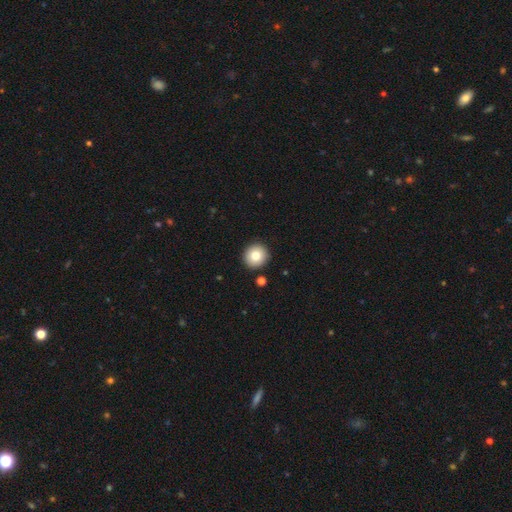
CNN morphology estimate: Q: Smooth or featured?
A: smooth (80%); runner-up: featured or disk (10%)
Q: How rounded?
A: round (93%); runner-up: in between (6%)
Q: Merging?
A: none (91%); runner-up: minor disturbance (5%)